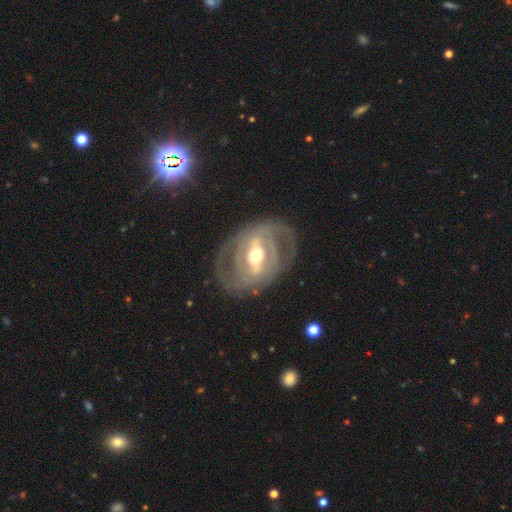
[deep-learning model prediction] Smooth or featured? featured or disk (85%)
Edge-on disk? no (94%)
Bar? strong (61%)
Spiral arms? yes (74%)
Spiral winding? tight (56%)
Spiral arm count? 2 (53%)
Bulge size? moderate (71%)
Merging? none (76%)